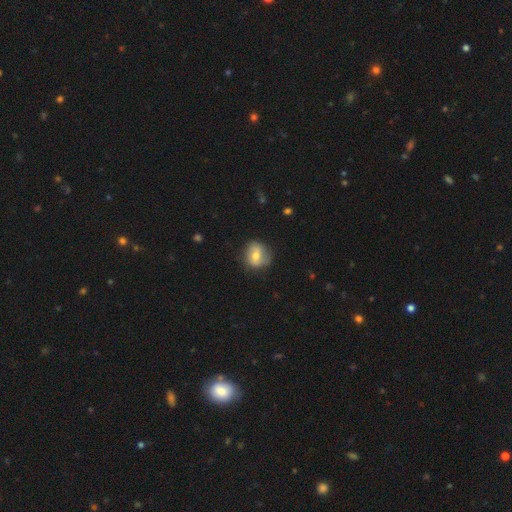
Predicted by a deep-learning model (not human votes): A smooth galaxy with no disk features (58%) that is round (71%). Merging: none (70%).